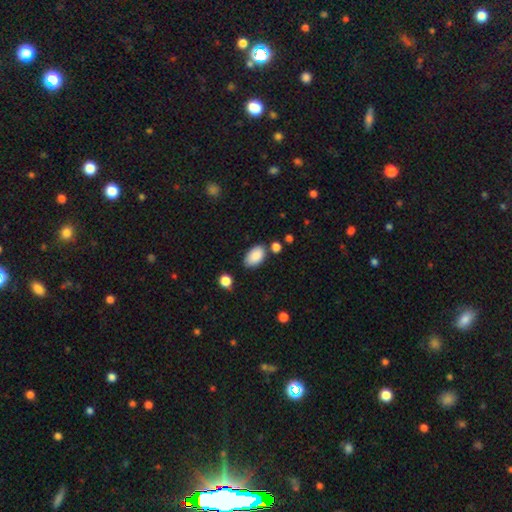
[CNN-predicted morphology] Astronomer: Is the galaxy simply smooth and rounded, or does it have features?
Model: smooth — 88%.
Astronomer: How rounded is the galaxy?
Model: in between — 93%.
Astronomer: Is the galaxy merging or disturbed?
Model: none — 74%.